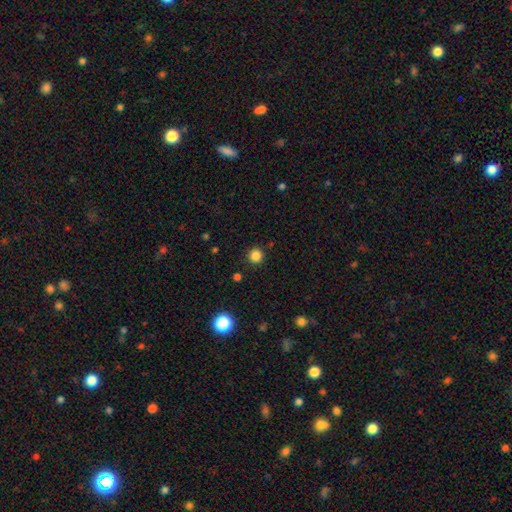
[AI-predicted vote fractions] This is clearly a smooth galaxy (84%). How rounded: clearly round (95%). Merging: clearly none (91%).